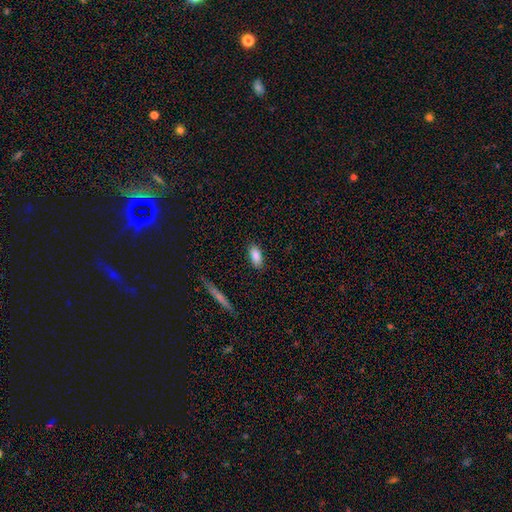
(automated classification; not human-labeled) smooth-or-featured: smooth: 86% | featured or disk: 8% | star or artifact: 7%
  how-rounded: in between: 85% | cigar-shaped: 12% | round: 3%
  merging: none: 87% | minor disturbance: 10% | major disturbance: 2% | merger: 1%